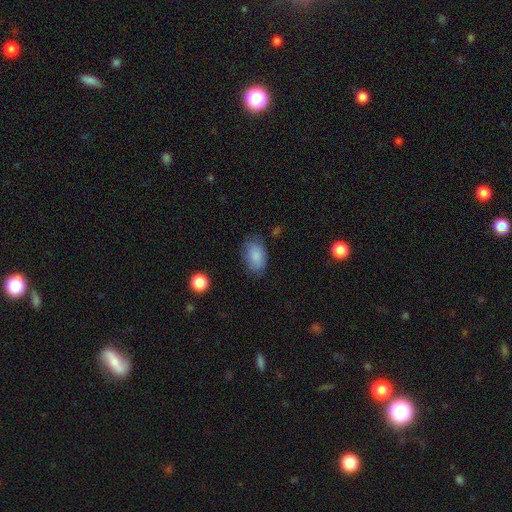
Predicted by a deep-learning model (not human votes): Morphology: type=smooth (86%); roundness=in between (90%); merging=none (75%).